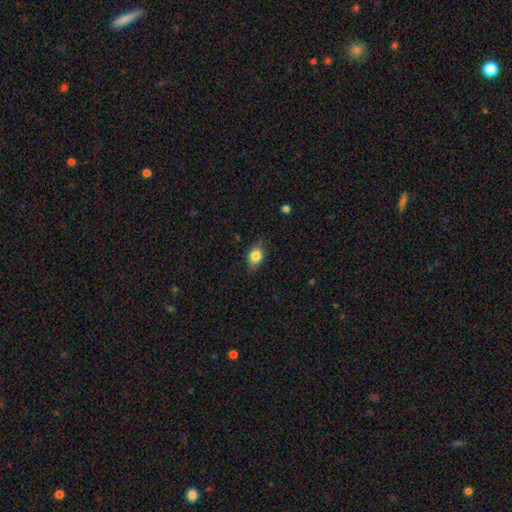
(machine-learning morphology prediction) A smooth galaxy with no disk features (82%) that is in between round and cigar-shaped (70%).

Vote fractions:
- Smooth or featured? smooth: 82% / star or artifact: 9% / featured or disk: 9%
- How rounded? in between: 70% / round: 29% / cigar-shaped: 2%
- Merging? none: 77% / minor disturbance: 18% / major disturbance: 3% / merger: 1%